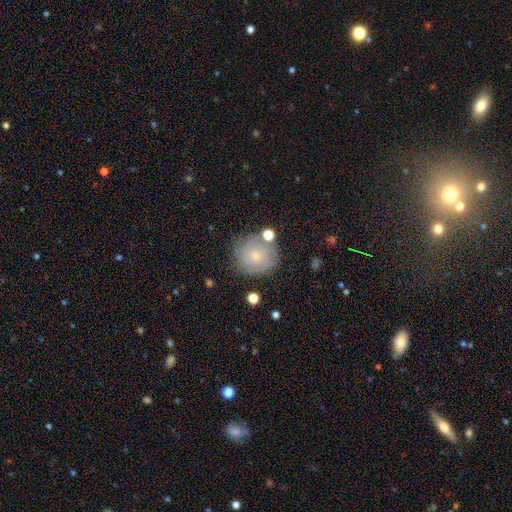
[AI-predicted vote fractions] Smooth or featured?
  - smooth: 51% *
  - featured or disk: 40%
  - star or artifact: 10%
How rounded?
  - round: 89% *
  - in between: 10%
  - cigar-shaped: 1%
Merging?
  - none: 70% *
  - minor disturbance: 17%
  - major disturbance: 6%
  - merger: 6%